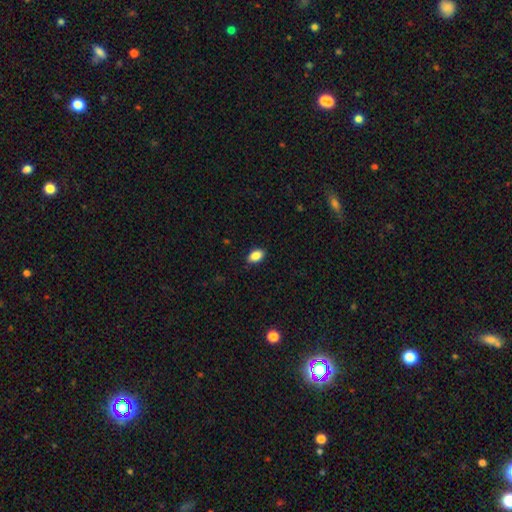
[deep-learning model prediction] This appears to be a smooth galaxy with no disk features (88%) that is in between round and cigar-shaped (91%). Merging: none (87%).